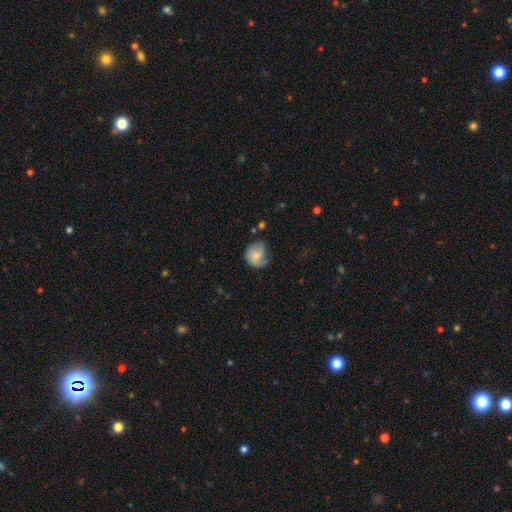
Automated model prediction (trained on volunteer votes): Smooth or featured? smooth (62%)
How rounded? round (66%)
Merging? none (43%)